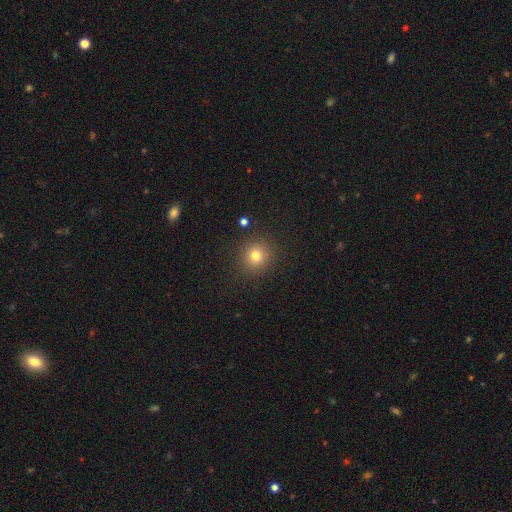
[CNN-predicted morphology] smooth 77%, star or artifact 15%, featured or disk 8%. Down the decision tree: how rounded — round (91%); merging — none (89%).